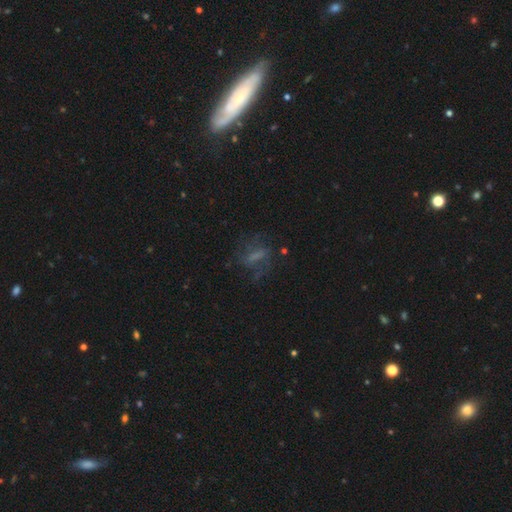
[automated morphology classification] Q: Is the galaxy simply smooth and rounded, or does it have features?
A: featured or disk — 43%.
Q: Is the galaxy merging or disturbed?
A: none — 57%.